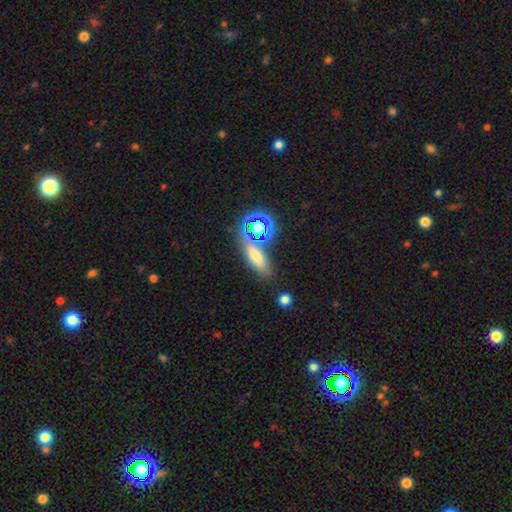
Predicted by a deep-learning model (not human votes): This is likely a smooth galaxy (65%). How rounded: possibly in between (55%). Merging: likely none (70%).